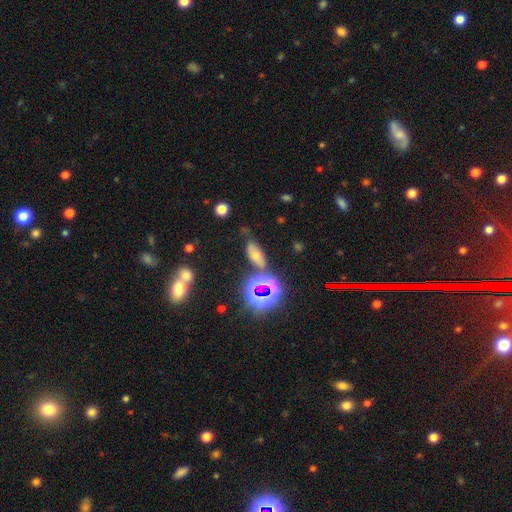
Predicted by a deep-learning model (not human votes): A smooth galaxy with no disk features (52%) that is in between round and cigar-shaped (83%).

Vote fractions:
- Smooth or featured? smooth: 52% / star or artifact: 30% / featured or disk: 18%
- How rounded? in between: 83% / cigar-shaped: 9% / round: 8%
- Merging? none: 68% / minor disturbance: 18% / merger: 8% / major disturbance: 6%